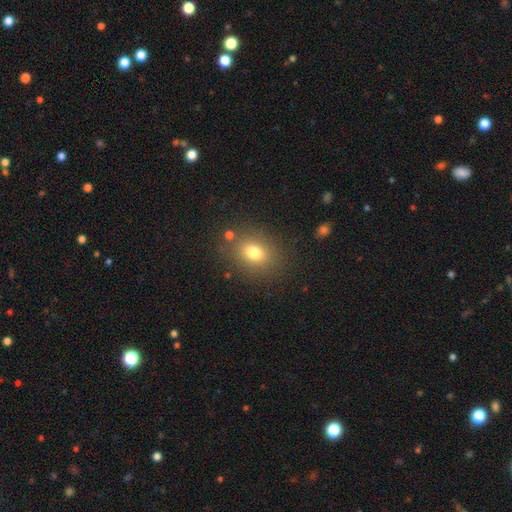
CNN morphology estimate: Smooth or featured?
  - smooth: 71% *
  - star or artifact: 19%
  - featured or disk: 9%
How rounded?
  - round: 54% *
  - in between: 45%
  - cigar-shaped: 1%
Merging?
  - none: 84% *
  - minor disturbance: 9%
  - merger: 4%
  - major disturbance: 3%